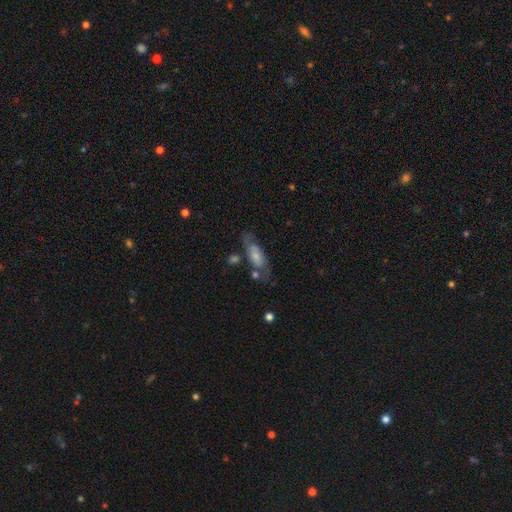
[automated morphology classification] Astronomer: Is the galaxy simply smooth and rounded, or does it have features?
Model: smooth — 52% (runner-up: featured or disk, 41%).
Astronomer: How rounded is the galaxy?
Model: in between — 71%.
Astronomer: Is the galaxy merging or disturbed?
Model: none — 54%.